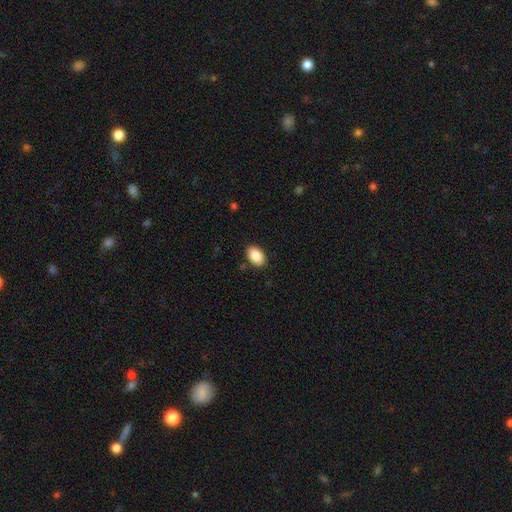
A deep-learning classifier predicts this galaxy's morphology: smooth-or-featured: smooth: 88% | star or artifact: 7% | featured or disk: 5%
  how-rounded: in between: 91% | round: 8% | cigar-shaped: 1%
  merging: none: 87% | minor disturbance: 9% | major disturbance: 2% | merger: 1%